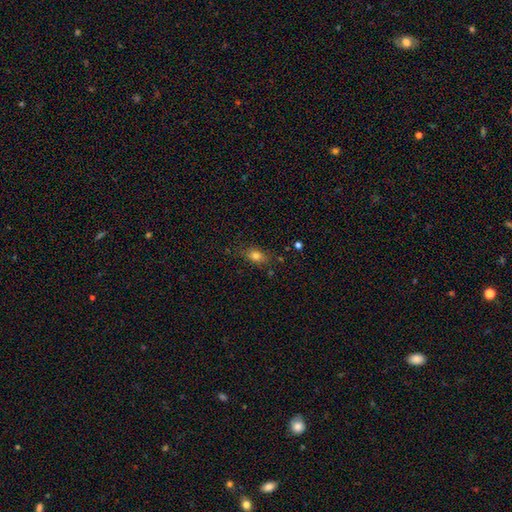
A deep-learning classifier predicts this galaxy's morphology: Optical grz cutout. It shows a smooth galaxy with no disk features (78%) that is in between round and cigar-shaped (75%). Merging: none (74%).